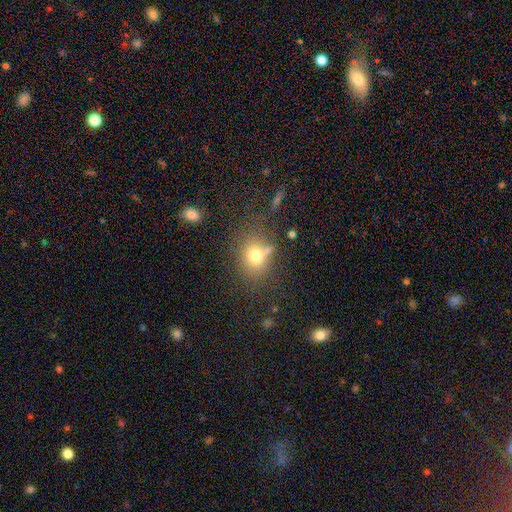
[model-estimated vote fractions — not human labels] smooth-or-featured: smooth: 72% | star or artifact: 15% | featured or disk: 13%
  how-rounded: round: 59% | in between: 39% | cigar-shaped: 1%
  merging: none: 62% | minor disturbance: 18% | merger: 10% | major disturbance: 10%